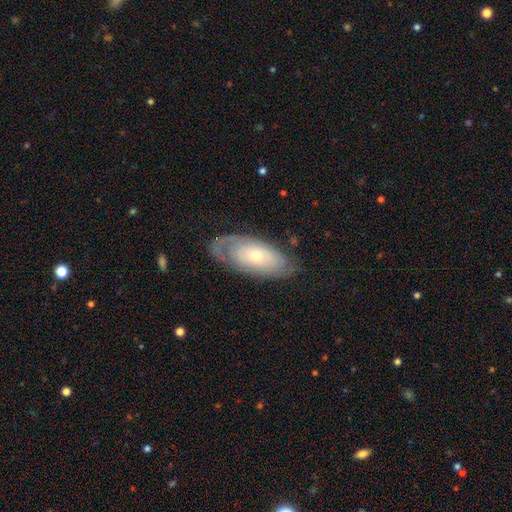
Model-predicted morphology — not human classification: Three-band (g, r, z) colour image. It shows a featured or disk galaxy (68%) with no bar (82%), spiral arms (75%) and a small central bulge (59%). Merging: none (71%).